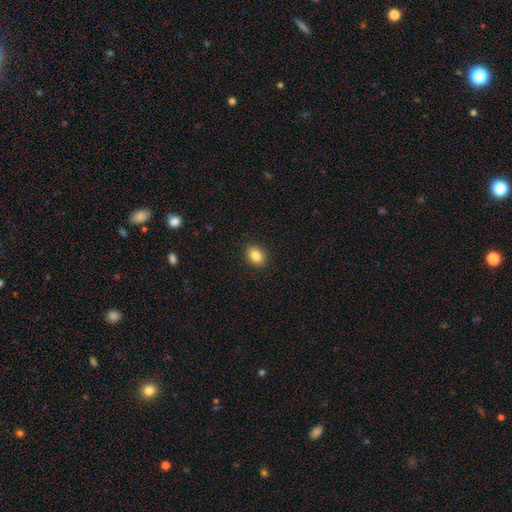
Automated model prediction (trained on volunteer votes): Morphology: type=smooth (84%); roundness=in between (65%); merging=none (90%).